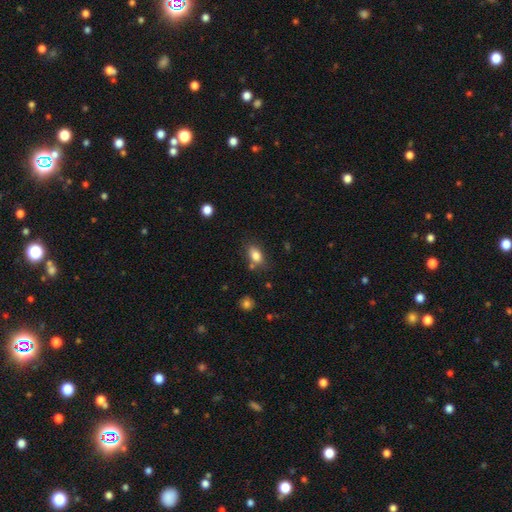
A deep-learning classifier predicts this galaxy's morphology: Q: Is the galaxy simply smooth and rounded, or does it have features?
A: smooth — 83%.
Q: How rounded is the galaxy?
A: in between — 85%.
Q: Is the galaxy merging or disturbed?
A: none — 69%.